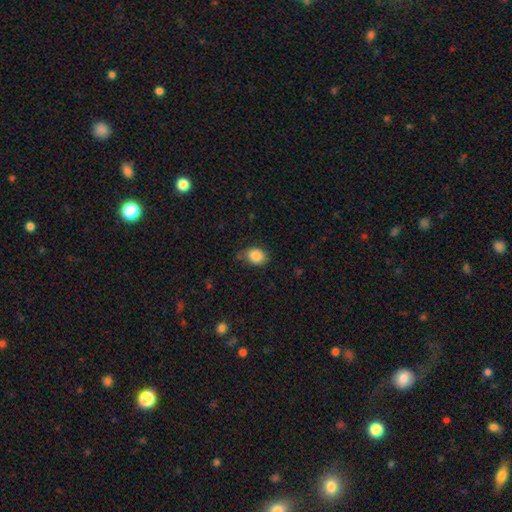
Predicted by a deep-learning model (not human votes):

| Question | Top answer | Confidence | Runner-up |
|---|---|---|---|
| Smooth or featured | smooth | 87% | star or artifact (8%) |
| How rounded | in between | 56% | round (43%) |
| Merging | none | 71% | minor disturbance (23%) |